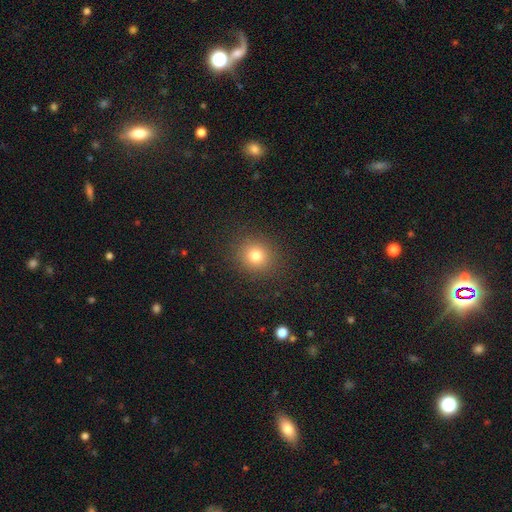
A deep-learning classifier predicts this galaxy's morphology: A smooth galaxy with no disk features (77%) that is round (85%).

Vote fractions:
- Smooth or featured? smooth: 77% / star or artifact: 15% / featured or disk: 8%
- How rounded? round: 85% / in between: 14% / cigar-shaped: 1%
- Merging? none: 89% / minor disturbance: 7% / major disturbance: 3% / merger: 1%